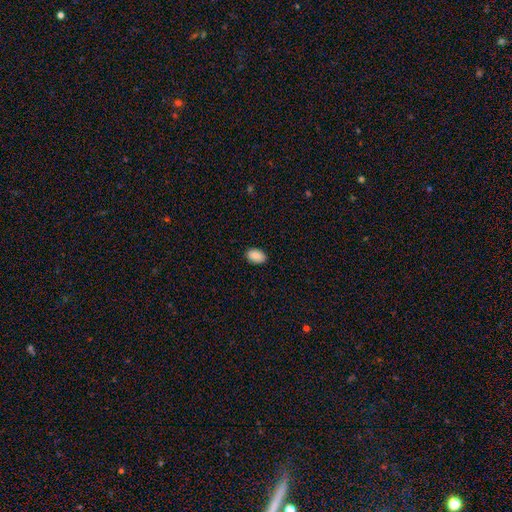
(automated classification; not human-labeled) smooth_or_featured: smooth (p=0.89) [alt: star or artifact p=0.07]
how_rounded: in between (p=0.88) [alt: round p=0.11]
merging: none (p=0.88) [alt: minor disturbance p=0.09]